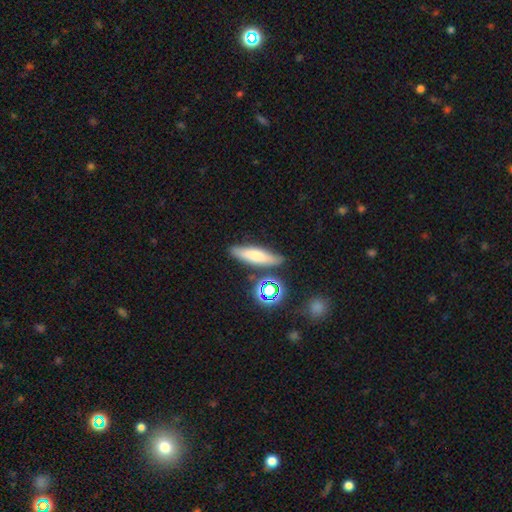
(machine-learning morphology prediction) smooth-or-featured: smooth: 66% | featured or disk: 21% | star or artifact: 13%
  how-rounded: cigar-shaped: 63% | in between: 32% | round: 5%
  merging: none: 78% | minor disturbance: 12% | merger: 6% | major disturbance: 3%